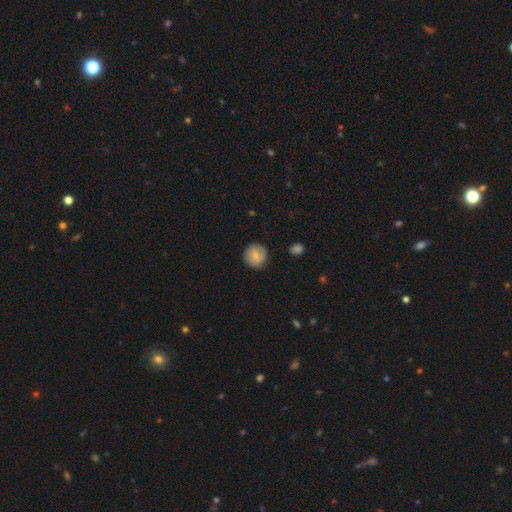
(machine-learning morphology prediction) This is likely a smooth galaxy (78%). How rounded: clearly round (92%). Merging: clearly none (83%).